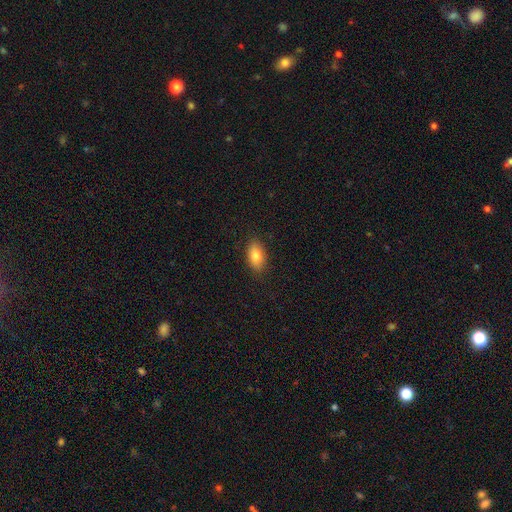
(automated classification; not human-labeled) The model was most divided on "smooth or featured": smooth: 83%, featured or disk: 9%, star or artifact: 8%. More confident: how rounded — in between (91%); merging — none (87%).